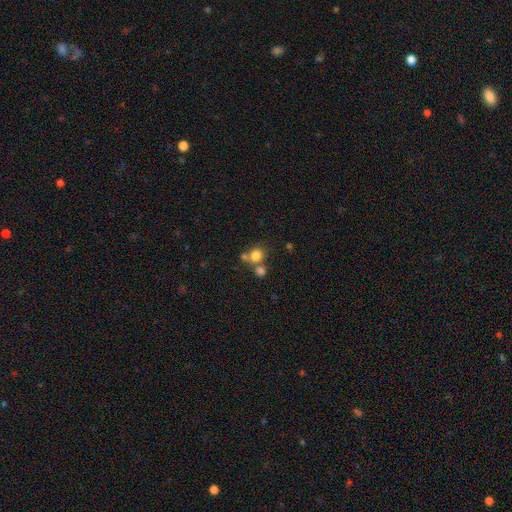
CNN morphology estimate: This is likely a smooth galaxy (77%). How rounded: clearly round (84%). Merging: possibly none (52%).